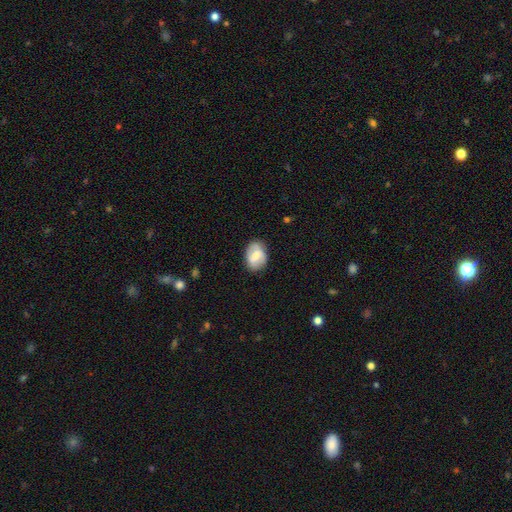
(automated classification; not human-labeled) This appears to be a smooth galaxy with no disk features (54%) that is in between round and cigar-shaped (76%). Merging: none (78%).